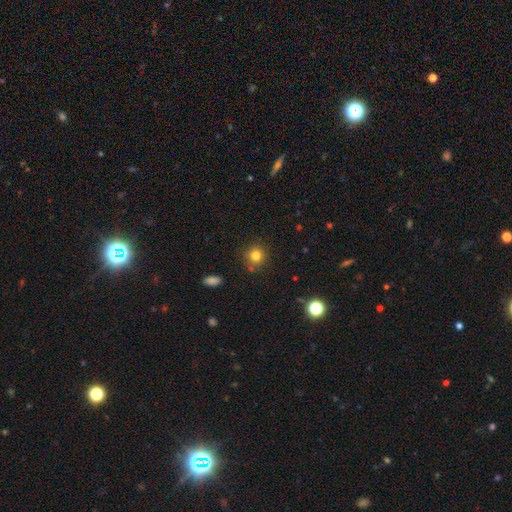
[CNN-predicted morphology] smooth_or_featured: smooth (p=0.81) [alt: star or artifact p=0.13]
how_rounded: round (p=0.90) [alt: in between p=0.09]
merging: none (p=0.83) [alt: minor disturbance p=0.09]